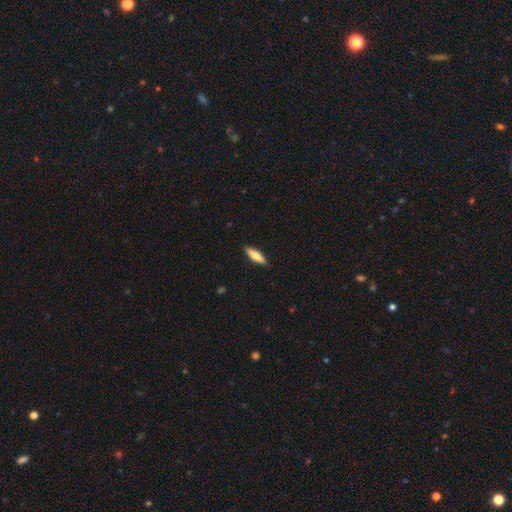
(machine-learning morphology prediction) Smooth or featured? smooth (69%)
How rounded? cigar-shaped (64%)
Merging? none (90%)